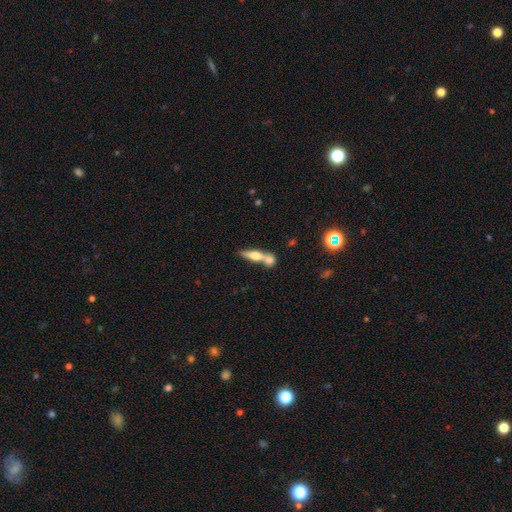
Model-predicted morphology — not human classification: The model was most divided on "merging": merger: 46%, none: 41%, minor disturbance: 9%, major disturbance: 4%. Remaining: smooth or featured — featured or disk (49%).